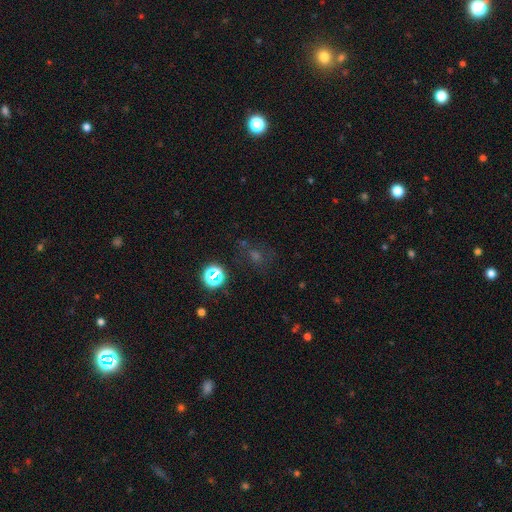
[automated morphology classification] star or artifact 49%, smooth 35%, featured or disk 15%.